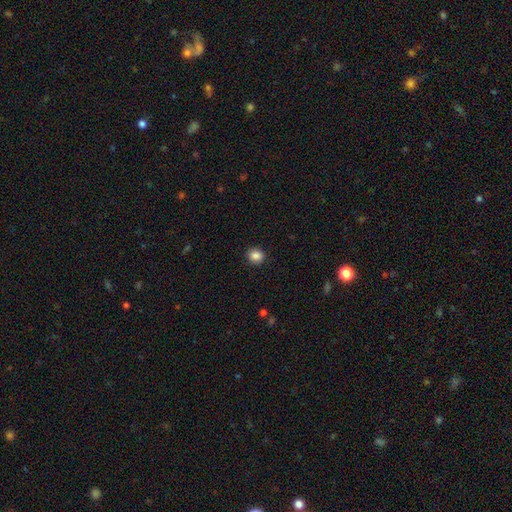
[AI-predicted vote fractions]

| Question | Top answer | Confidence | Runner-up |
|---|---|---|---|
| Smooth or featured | smooth | 86% | star or artifact (10%) |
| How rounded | round | 79% | in between (21%) |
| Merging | none | 91% | minor disturbance (6%) |